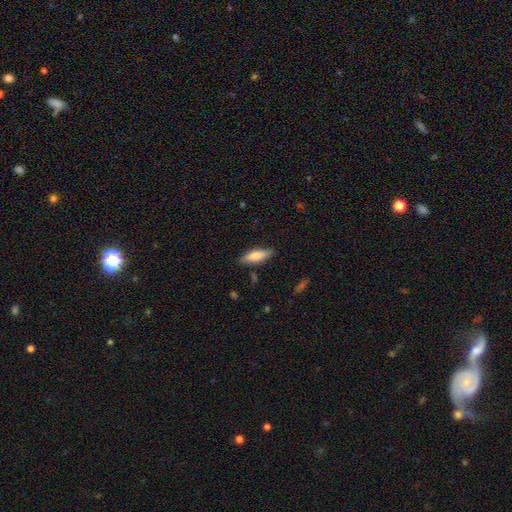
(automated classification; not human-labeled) A smooth galaxy with no disk features (72%) that is in between round and cigar-shaped (53%).

Vote fractions:
- Smooth or featured? smooth: 72% / featured or disk: 22% / star or artifact: 6%
- How rounded? in between: 53% / cigar-shaped: 45% / round: 2%
- Merging? none: 82% / minor disturbance: 14% / major disturbance: 3% / merger: 2%